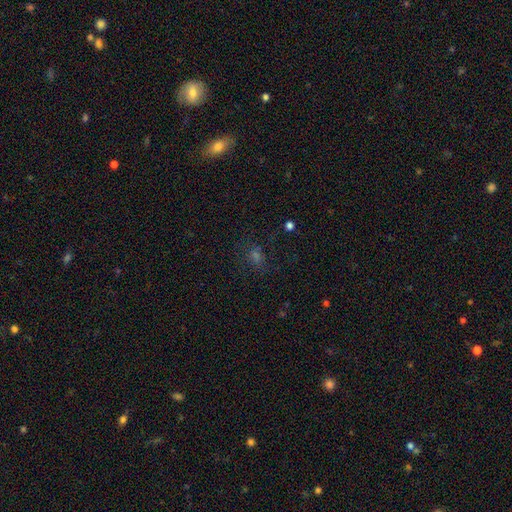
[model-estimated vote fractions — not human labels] smooth 44%, star or artifact 41%, featured or disk 15%. Down the decision tree: merging — none (71%).